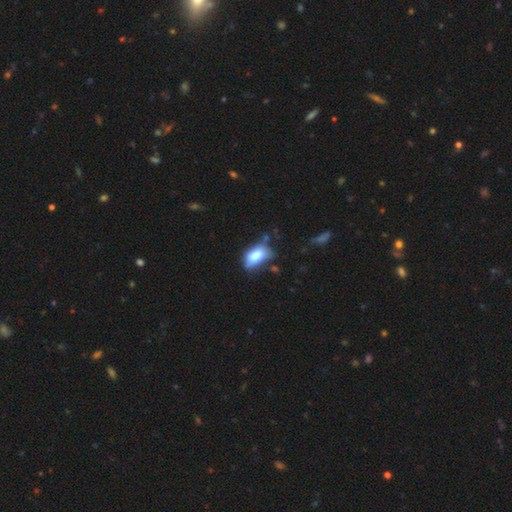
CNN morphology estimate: A smooth galaxy with no disk features (77%) that is in between round and cigar-shaped (90%).

Vote fractions:
- Smooth or featured? smooth: 77% / featured or disk: 14% / star or artifact: 9%
- How rounded? in between: 90% / round: 7% / cigar-shaped: 3%
- Merging? none: 39% / minor disturbance: 35% / major disturbance: 17% / merger: 10%